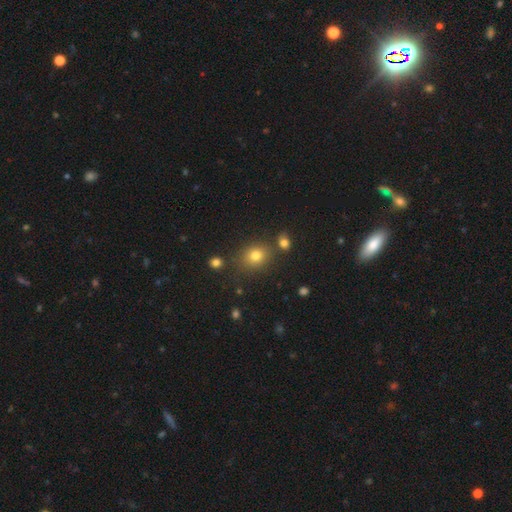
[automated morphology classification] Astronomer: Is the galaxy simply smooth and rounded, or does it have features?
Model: smooth — 76%.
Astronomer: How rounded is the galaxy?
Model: round — 64%.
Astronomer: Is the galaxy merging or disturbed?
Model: none — 76%.